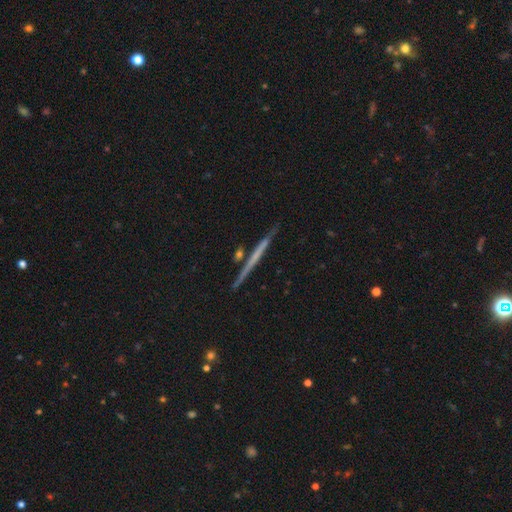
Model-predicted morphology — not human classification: smooth-or-featured: featured or disk: 58% | smooth: 35% | star or artifact: 7%
  disk-edge-on: yes: 97% | no: 3%
    edge-on-bulge: none: 89% | rounded: 7% | boxy: 4%
  merging: none: 87% | minor disturbance: 8% | merger: 3% | major disturbance: 2%